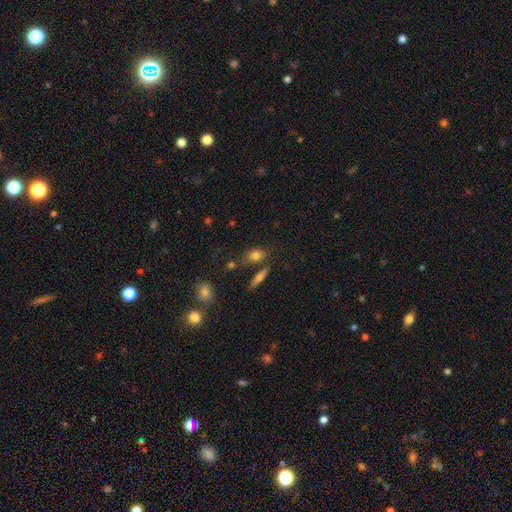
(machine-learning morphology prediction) Overall: smooth (77%). How rounded: in between (60%; round 32%). Merging: none (68%).